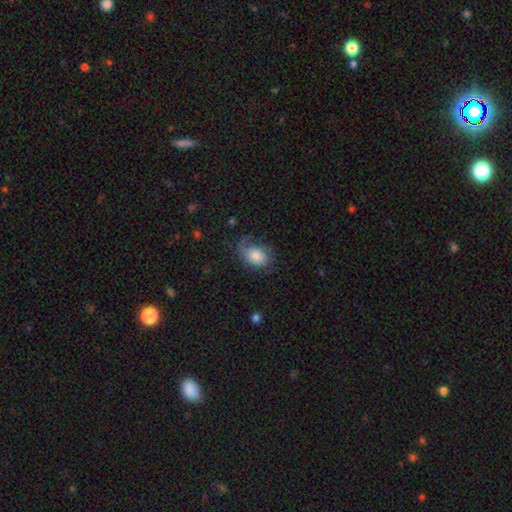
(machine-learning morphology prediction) Q: Smooth or featured?
A: smooth (67%); runner-up: featured or disk (25%)
Q: How rounded?
A: in between (81%); runner-up: round (18%)
Q: Merging?
A: none (47%); runner-up: minor disturbance (30%)